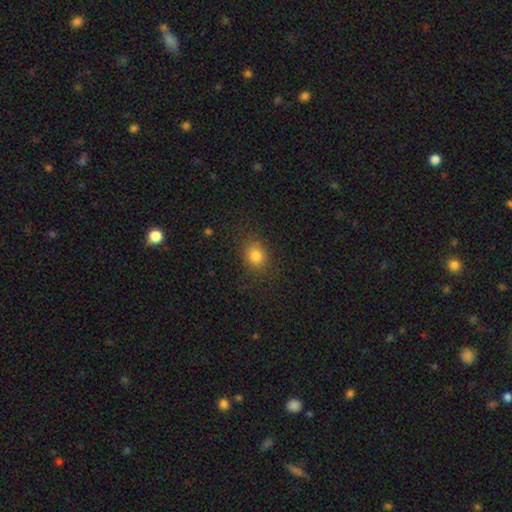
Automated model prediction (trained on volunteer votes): A smooth galaxy with no disk features (81%) that is round (69%). Merging: none (84%).